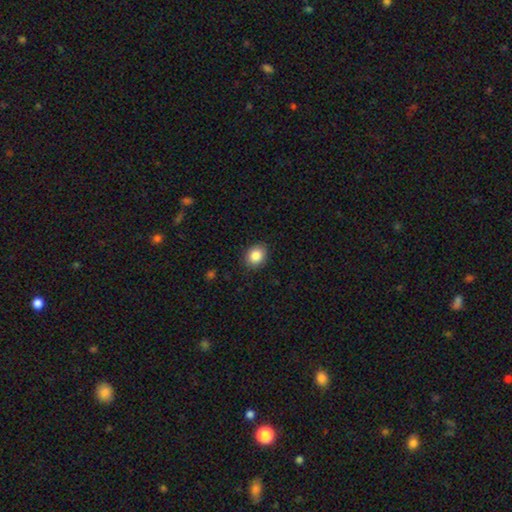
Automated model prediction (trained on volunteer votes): A smooth galaxy with no disk features (86%) that is round (58%).

Vote fractions:
- Smooth or featured? smooth: 86% / star or artifact: 9% / featured or disk: 5%
- How rounded? round: 58% / in between: 41% / cigar-shaped: 1%
- Merging? none: 88% / minor disturbance: 8% / major disturbance: 2% / merger: 1%